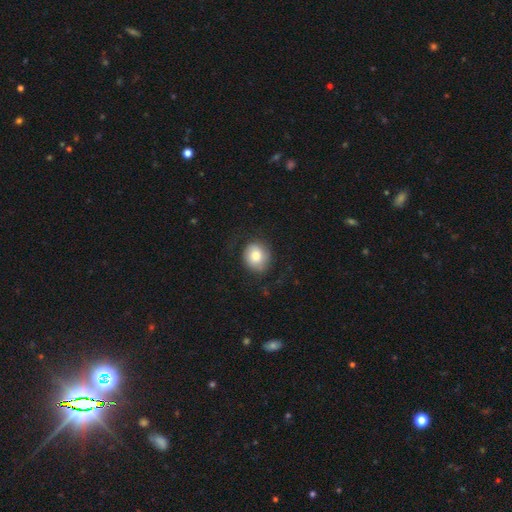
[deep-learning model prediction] A smooth galaxy with no disk features (75%) that is round (75%). Merging: none (72%).